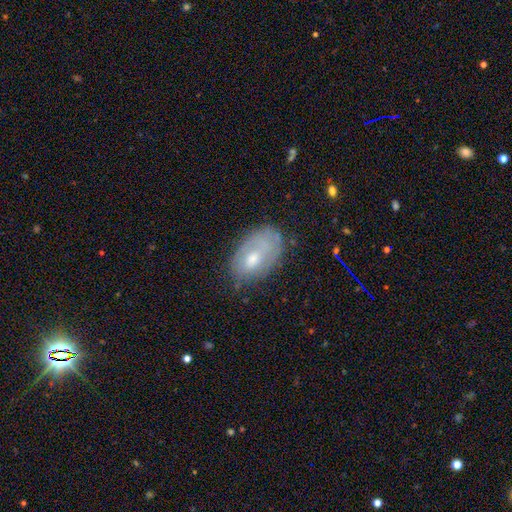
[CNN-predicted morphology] A featured or disk galaxy (49%).

Vote fractions:
- Smooth or featured? featured or disk: 49% / smooth: 37% / star or artifact: 14%
- Merging? none: 68% / minor disturbance: 23% / major disturbance: 8% / merger: 2%